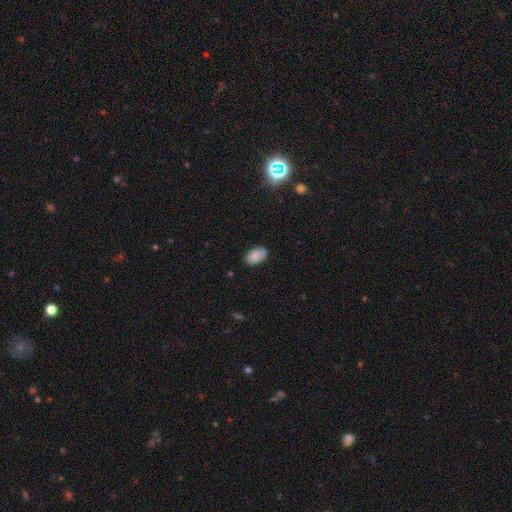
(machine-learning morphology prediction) Smooth or featured? Predicted: smooth (p=0.83). How rounded? Predicted: in between (p=0.92). Merging? Predicted: none (p=0.76).